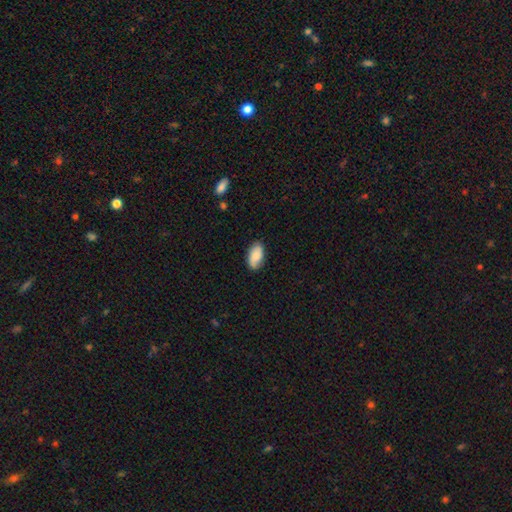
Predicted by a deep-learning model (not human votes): smooth 82%, featured or disk 11%, star or artifact 7%. Down the decision tree: how rounded — in between (94%); merging — none (81%).